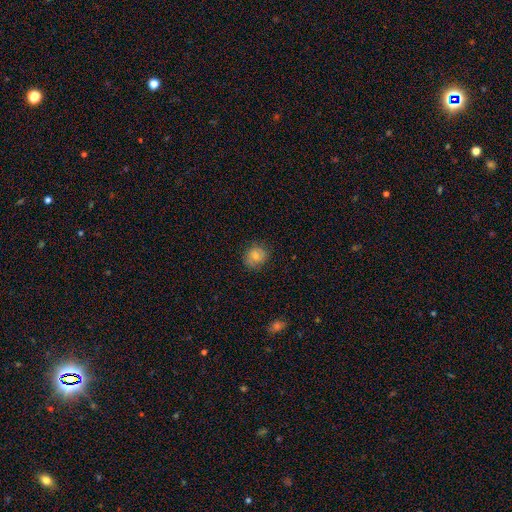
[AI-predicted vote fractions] A smooth galaxy with no disk features (77%) that is round (73%).

Vote fractions:
- Smooth or featured? smooth: 77% / featured or disk: 13% / star or artifact: 10%
- How rounded? round: 73% / in between: 26% / cigar-shaped: 1%
- Merging? none: 80% / minor disturbance: 15% / major disturbance: 4% / merger: 1%